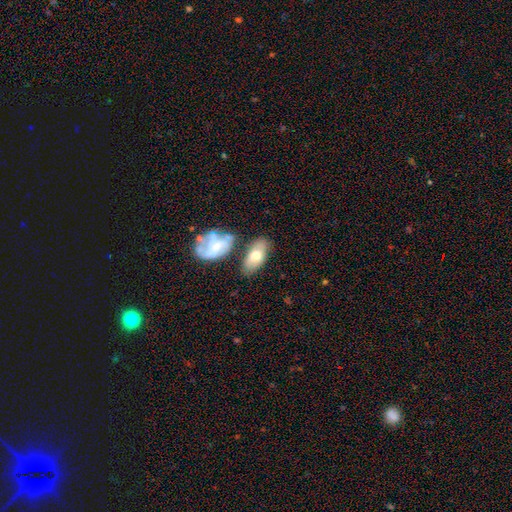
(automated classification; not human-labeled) smooth_or_featured: smooth (p=0.61) [alt: featured or disk p=0.33]
how_rounded: in between (p=0.90) [alt: cigar-shaped p=0.06]
merging: none (p=0.58) [alt: merger p=0.19]